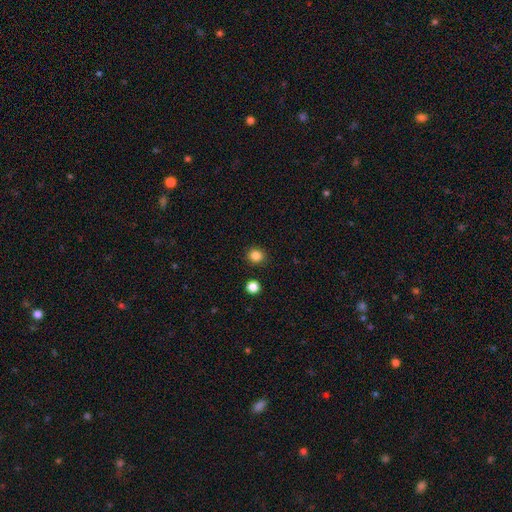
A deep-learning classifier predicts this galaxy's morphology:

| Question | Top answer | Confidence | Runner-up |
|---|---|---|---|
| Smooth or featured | smooth | 85% | star or artifact (12%) |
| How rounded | round | 90% | in between (9%) |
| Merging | none | 91% | minor disturbance (6%) |